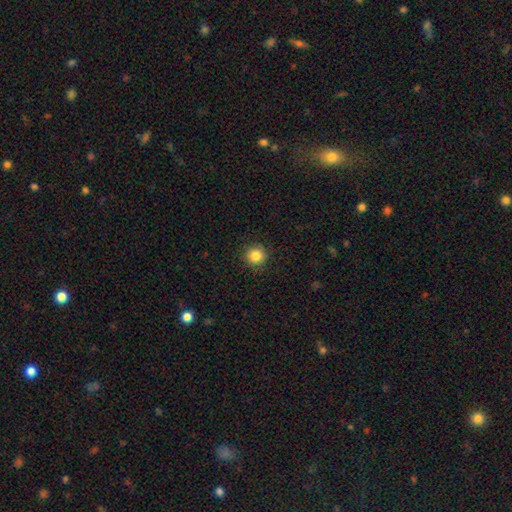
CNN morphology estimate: smooth_or_featured: smooth (p=0.84) [alt: star or artifact p=0.11]
how_rounded: round (p=0.94) [alt: in between p=0.05]
merging: none (p=0.90) [alt: minor disturbance p=0.07]